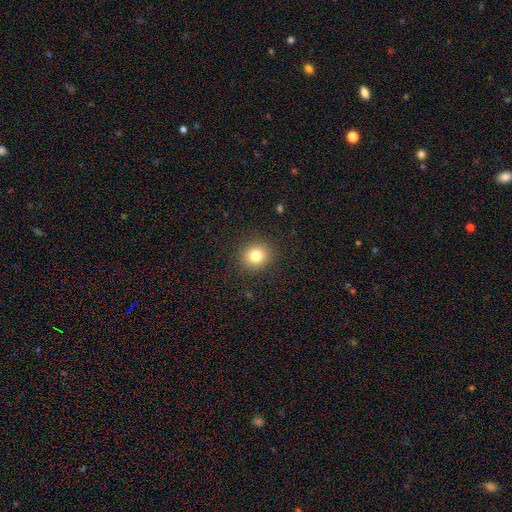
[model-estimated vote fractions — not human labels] Overall: smooth (80%). How rounded: round (88%). Merging: none (90%).